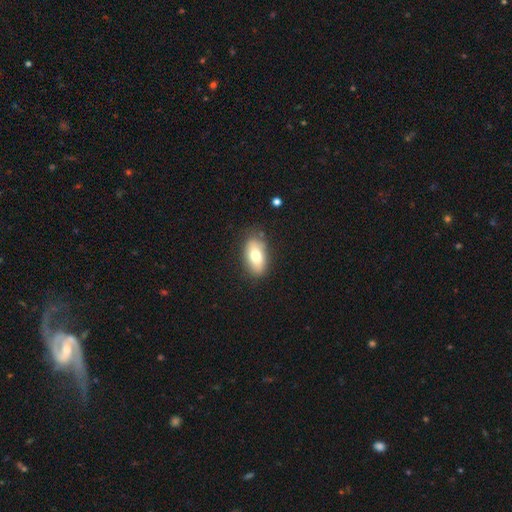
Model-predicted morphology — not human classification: This appears to be a smooth galaxy with no disk features (72%) that is in between round and cigar-shaped (90%). Merging: none (81%).